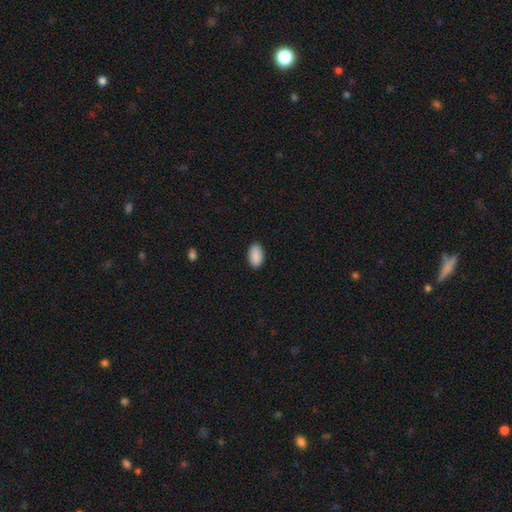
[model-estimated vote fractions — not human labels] Smooth or featured?
  - smooth: 90% *
  - star or artifact: 7%
  - featured or disk: 3%
How rounded?
  - in between: 94% *
  - round: 4%
  - cigar-shaped: 2%
Merging?
  - none: 87% *
  - minor disturbance: 10%
  - major disturbance: 2%
  - merger: 1%